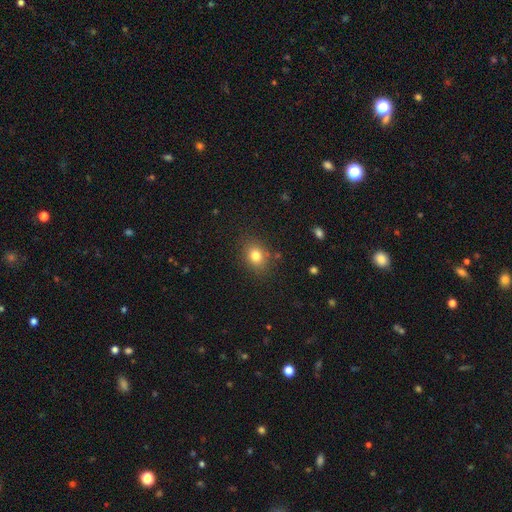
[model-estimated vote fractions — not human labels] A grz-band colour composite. It shows a smooth galaxy with no disk features (80%) that is round (52%). Merging: none (83%).